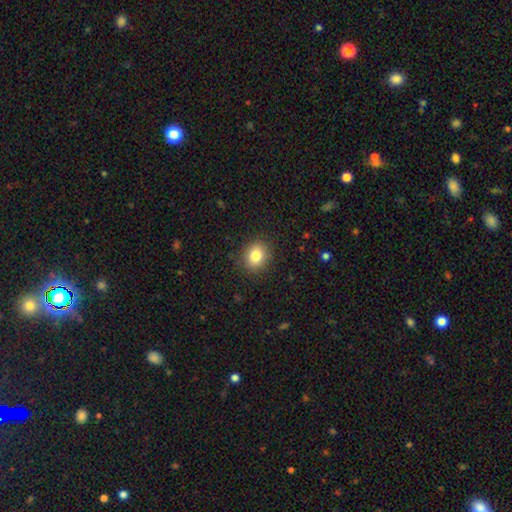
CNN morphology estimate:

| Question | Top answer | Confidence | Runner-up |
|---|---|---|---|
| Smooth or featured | smooth | 83% | star or artifact (10%) |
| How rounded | round | 61% | in between (38%) |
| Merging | none | 88% | minor disturbance (8%) |